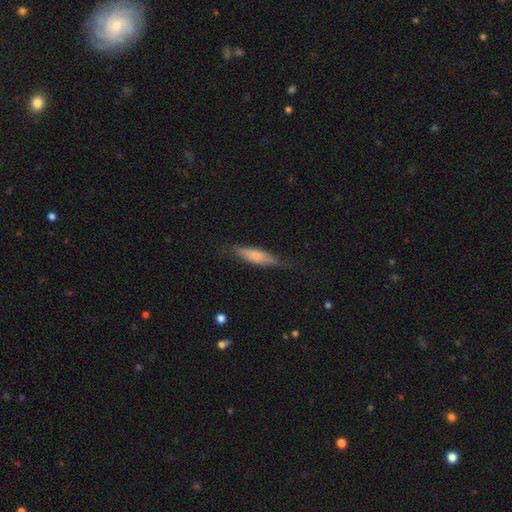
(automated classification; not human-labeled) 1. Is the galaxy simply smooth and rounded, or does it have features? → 63% smooth, 31% featured or disk, 6% star or artifact.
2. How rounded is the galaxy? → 70% cigar-shaped, 28% in between, 2% round.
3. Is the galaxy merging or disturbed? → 77% none, 17% minor disturbance, 4% major disturbance, 1% merger.